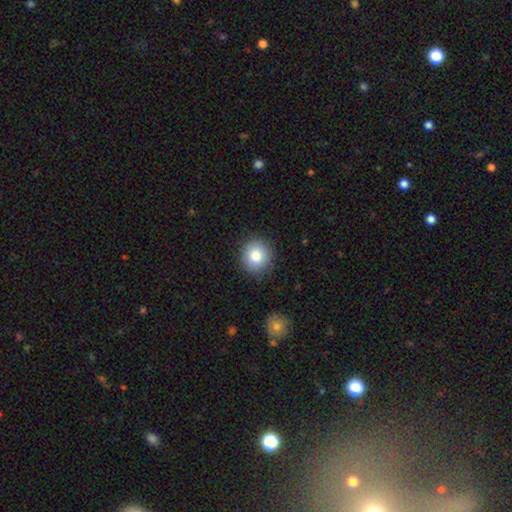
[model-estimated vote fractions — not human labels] smooth_or_featured: smooth (p=0.83) [alt: star or artifact p=0.09]
how_rounded: round (p=0.88) [alt: in between p=0.11]
merging: none (p=0.88) [alt: minor disturbance p=0.08]